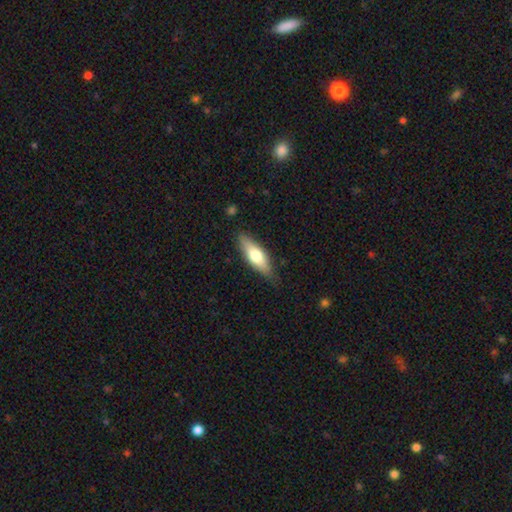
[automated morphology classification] smooth-or-featured: smooth: 62% | featured or disk: 32% | star or artifact: 6%
  how-rounded: in between: 52% | cigar-shaped: 45% | round: 2%
  merging: none: 82% | minor disturbance: 15% | major disturbance: 3% | merger: 1%